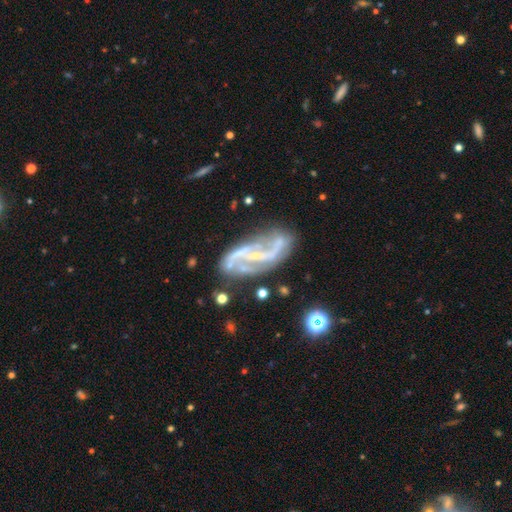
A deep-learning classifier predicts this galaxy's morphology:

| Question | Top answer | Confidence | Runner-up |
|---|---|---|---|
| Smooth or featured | featured or disk | 75% | star or artifact (13%) |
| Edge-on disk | no | 91% | yes (9%) |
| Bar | strong | 34% | weak (33%) |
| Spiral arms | yes | 80% | no (20%) |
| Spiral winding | loose | 57% | medium (28%) |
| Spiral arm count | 2 | 79% | can't tell (9%) |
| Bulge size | small | 48% | none (39%) |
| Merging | none | 55% | minor disturbance (18%) |